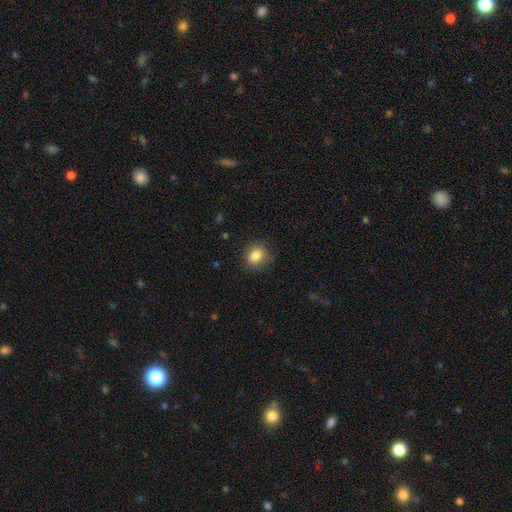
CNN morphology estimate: Q: Smooth or featured?
A: smooth (86%); runner-up: star or artifact (9%)
Q: How rounded?
A: round (54%); runner-up: in between (45%)
Q: Merging?
A: none (84%); runner-up: minor disturbance (12%)